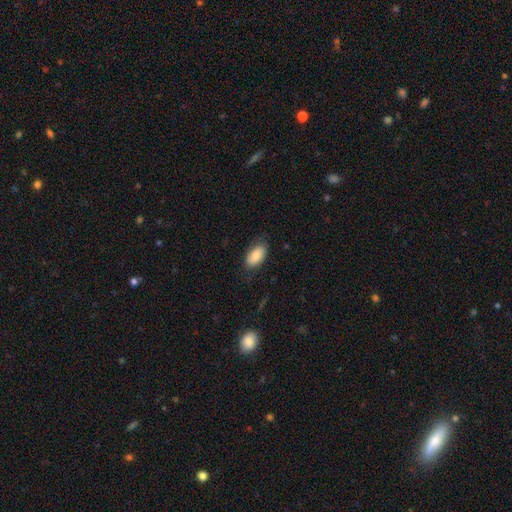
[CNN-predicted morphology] Overall: smooth (82%). How rounded: in between (94%). Merging: none (74%).